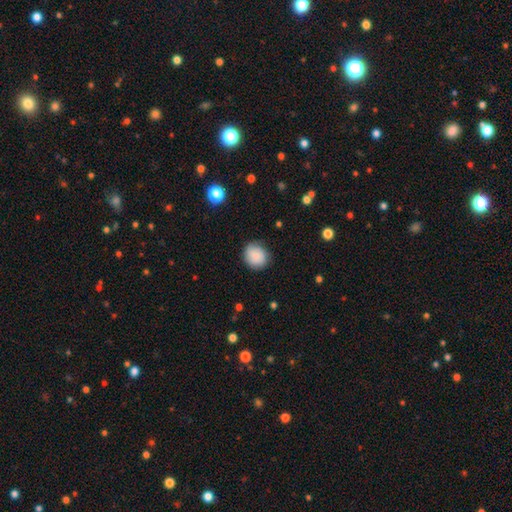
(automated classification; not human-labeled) Morphology: type=smooth (82%); roundness=round (77%); merging=none (79%).